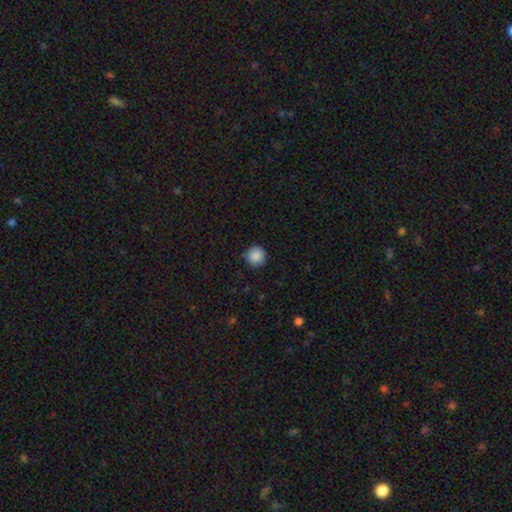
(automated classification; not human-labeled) Q: Smooth or featured?
A: smooth (88%); runner-up: star or artifact (9%)
Q: How rounded?
A: round (95%); runner-up: in between (4%)
Q: Merging?
A: none (88%); runner-up: minor disturbance (9%)